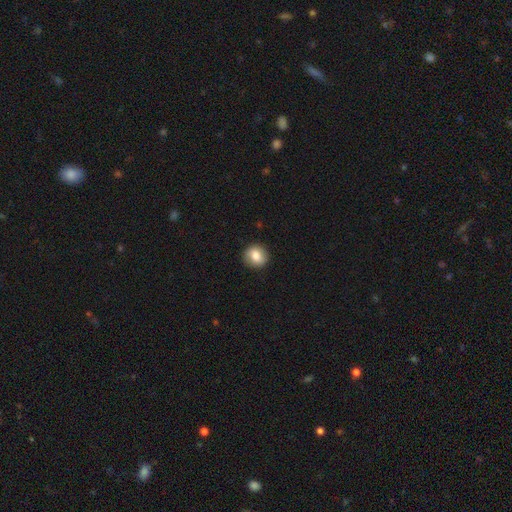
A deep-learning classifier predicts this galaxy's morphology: A smooth galaxy with no disk features (79%) that is round (86%). Merging: none (89%).